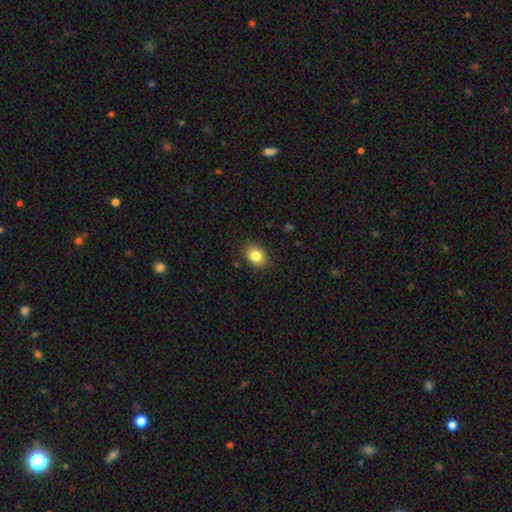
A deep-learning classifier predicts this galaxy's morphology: smooth 83%, star or artifact 10%, featured or disk 7%. Down the decision tree: how rounded — in between (59%); merging — none (85%).